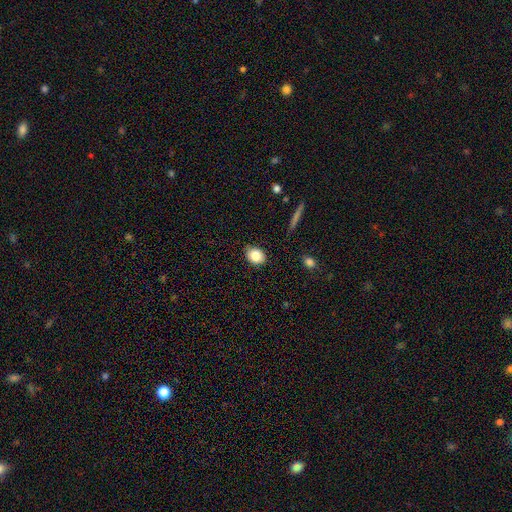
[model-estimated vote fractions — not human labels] Smooth or featured?
  - smooth: 83% *
  - star or artifact: 9%
  - featured or disk: 8%
How rounded?
  - in between: 54% *
  - round: 45%
  - cigar-shaped: 1%
Merging?
  - none: 84% *
  - minor disturbance: 12%
  - major disturbance: 2%
  - merger: 1%